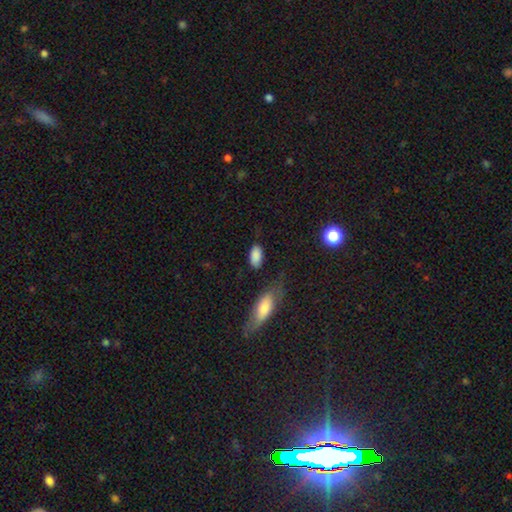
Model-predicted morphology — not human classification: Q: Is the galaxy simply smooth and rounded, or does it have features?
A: smooth — 87%.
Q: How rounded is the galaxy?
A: in between — 93%.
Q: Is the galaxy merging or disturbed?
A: none — 76%.